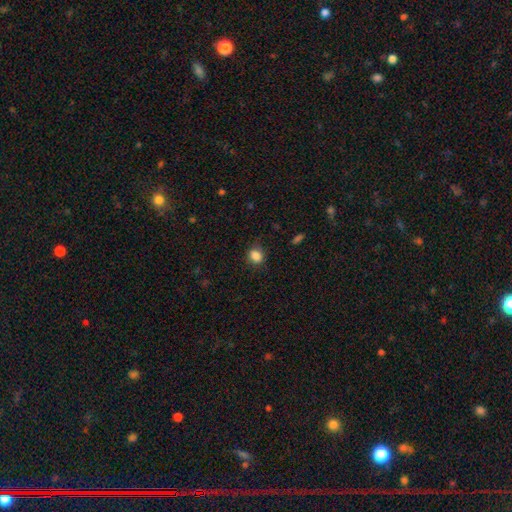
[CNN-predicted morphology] Smooth or featured? Predicted: smooth (p=0.86). How rounded? Predicted: round (p=0.57). Merging? Predicted: none (p=0.76).